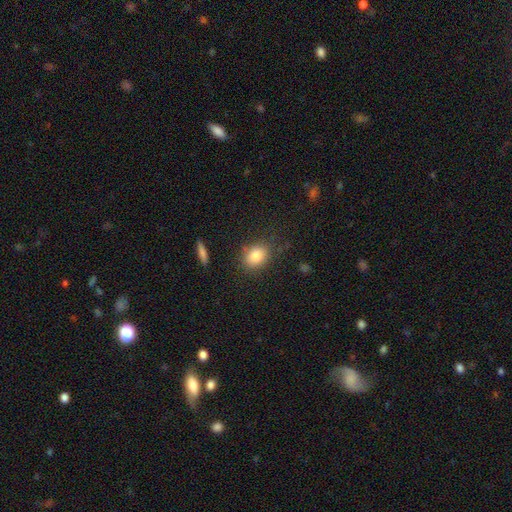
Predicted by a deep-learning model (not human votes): smooth_or_featured: smooth (p=0.83) [alt: star or artifact p=0.10]
how_rounded: in between (p=0.52) [alt: round p=0.46]
merging: none (p=0.79) [alt: minor disturbance p=0.14]